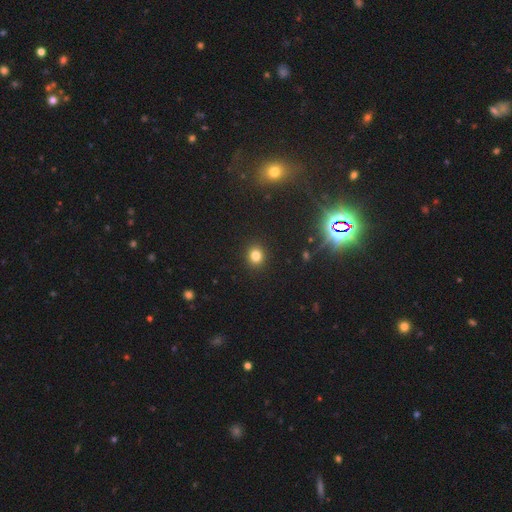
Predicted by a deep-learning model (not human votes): Smooth or featured?
  - smooth: 80% *
  - star or artifact: 15%
  - featured or disk: 6%
How rounded?
  - round: 82% *
  - in between: 17%
  - cigar-shaped: 1%
Merging?
  - none: 92% *
  - minor disturbance: 5%
  - major disturbance: 2%
  - merger: 1%